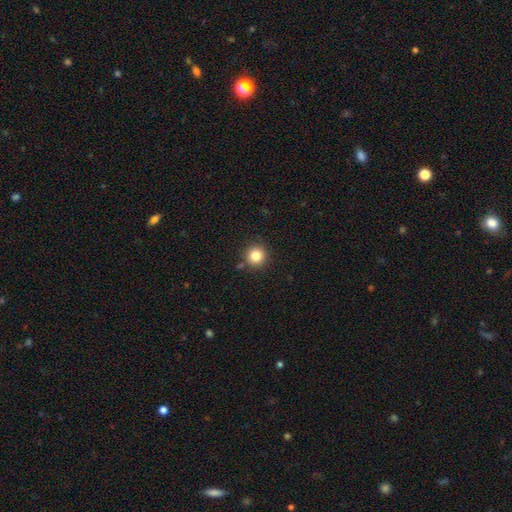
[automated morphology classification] Q: Smooth or featured?
A: smooth (83%); runner-up: star or artifact (11%)
Q: How rounded?
A: round (94%); runner-up: in between (5%)
Q: Merging?
A: none (87%); runner-up: minor disturbance (7%)